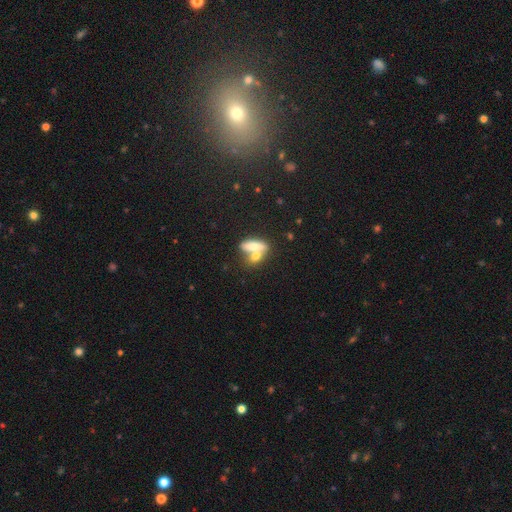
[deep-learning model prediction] Smooth or featured?
  - smooth: 67% *
  - featured or disk: 25%
  - star or artifact: 8%
How rounded?
  - in between: 68% *
  - cigar-shaped: 22%
  - round: 9%
Merging?
  - merger: 56% *
  - none: 31%
  - minor disturbance: 8%
  - major disturbance: 4%